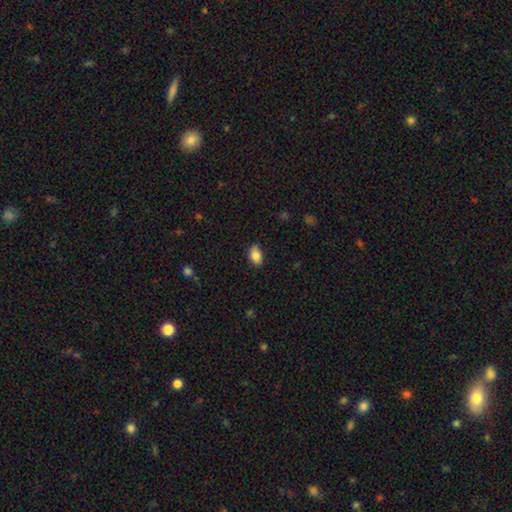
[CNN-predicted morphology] A smooth galaxy with no disk features (85%) that is in between round and cigar-shaped (89%). Merging: none (78%).